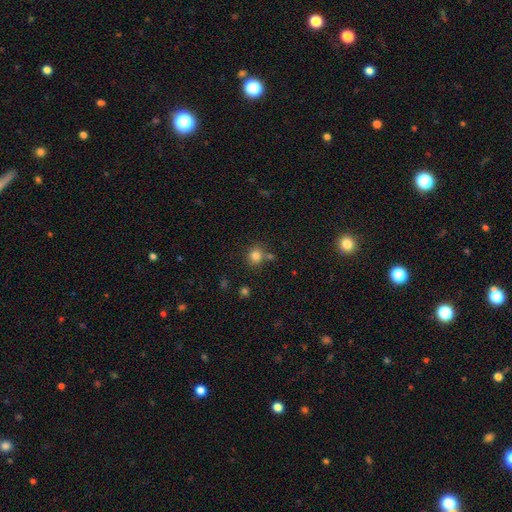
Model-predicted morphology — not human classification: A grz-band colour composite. It shows a smooth galaxy with no disk features (81%) that is round (83%). Merging: none (74%).